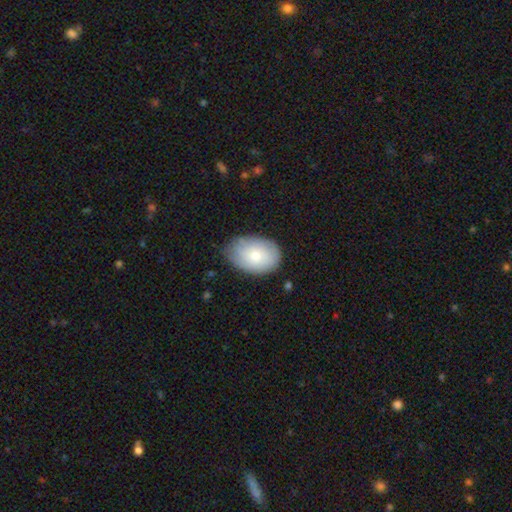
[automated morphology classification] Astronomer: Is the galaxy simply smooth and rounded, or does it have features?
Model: smooth — 76%.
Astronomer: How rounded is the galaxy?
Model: in between — 85%.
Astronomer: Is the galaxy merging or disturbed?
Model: none — 72%.